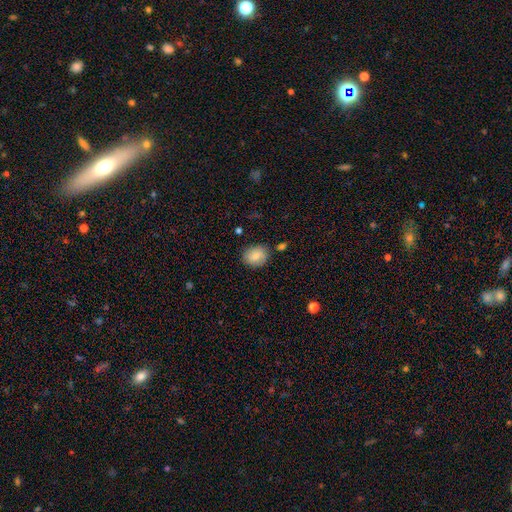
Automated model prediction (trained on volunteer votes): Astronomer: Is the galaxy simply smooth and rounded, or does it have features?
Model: smooth — 80%.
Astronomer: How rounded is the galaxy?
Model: round — 53% (runner-up: in between, 46%).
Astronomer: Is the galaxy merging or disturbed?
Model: none — 77%.